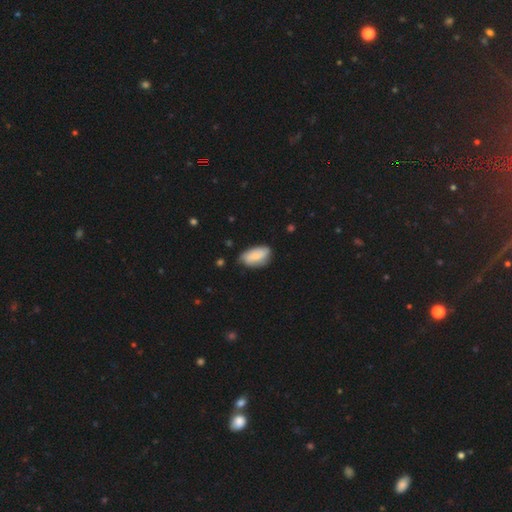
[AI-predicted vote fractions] Smooth or featured? smooth (74%)
How rounded? in between (92%)
Merging? none (66%)